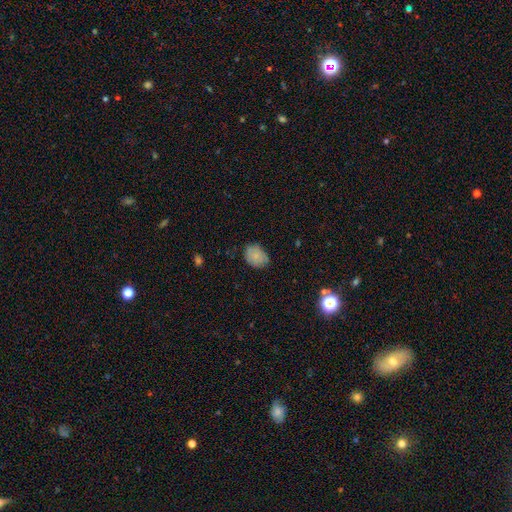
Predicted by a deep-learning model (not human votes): smooth-or-featured: smooth: 79% | featured or disk: 12% | star or artifact: 9%
  how-rounded: in between: 66% | round: 33% | cigar-shaped: 1%
  merging: none: 73% | minor disturbance: 22% | major disturbance: 4% | merger: 1%